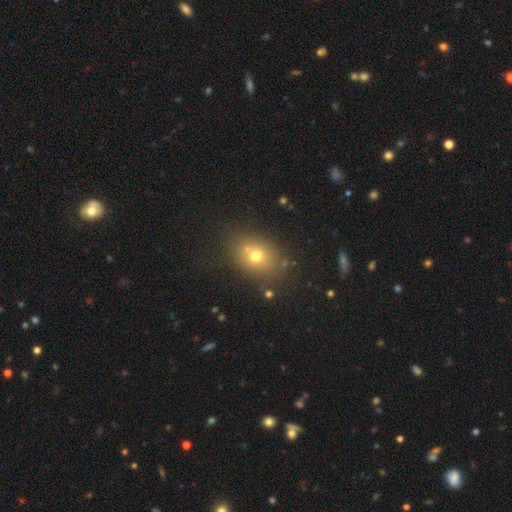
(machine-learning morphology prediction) Smooth or featured: smooth — 68% (star or artifact — 17%)
How rounded: in between — 53% (round — 46%)
Merging: none — 75% (minor disturbance — 12%)